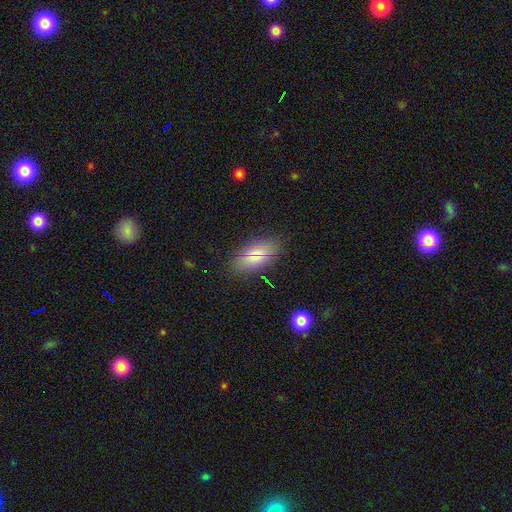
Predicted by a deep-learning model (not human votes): smooth 70%, featured or disk 15%, star or artifact 14%. Down the decision tree: how rounded — in between (87%); merging — none (85%).